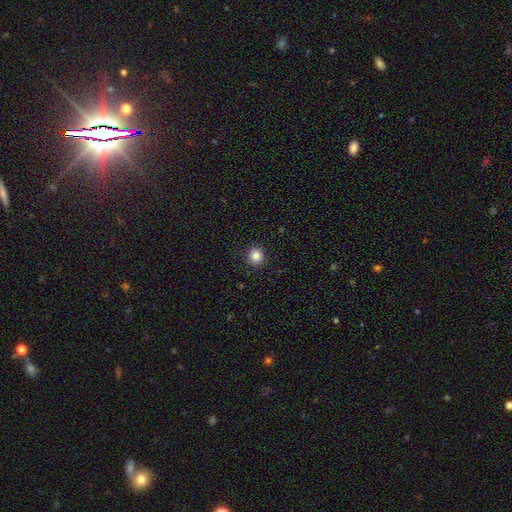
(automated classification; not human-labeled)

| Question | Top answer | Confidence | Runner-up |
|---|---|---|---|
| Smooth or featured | smooth | 85% | star or artifact (11%) |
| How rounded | round | 93% | in between (6%) |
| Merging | none | 91% | minor disturbance (6%) |